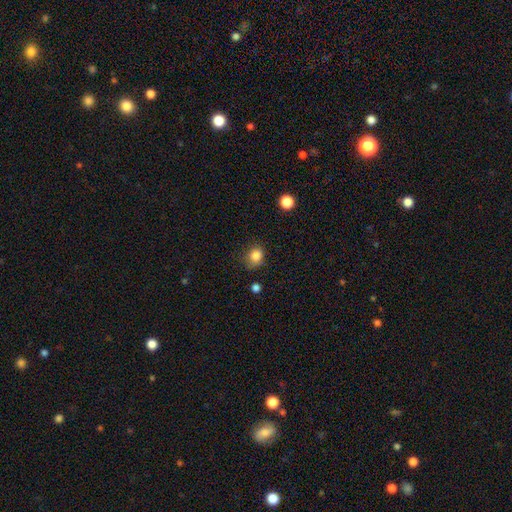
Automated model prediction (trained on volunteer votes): The model was most divided on "how rounded": round: 63%, in between: 36%, cigar-shaped: 1%. More confident: smooth or featured — smooth (84%); merging — none (67%).